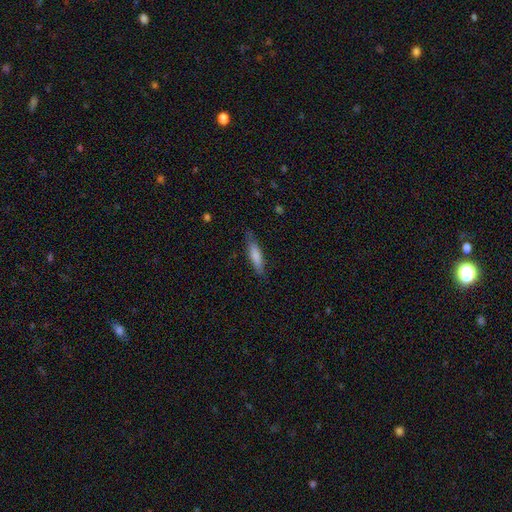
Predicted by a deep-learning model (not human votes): smooth 77%, featured or disk 17%, star or artifact 6%. Down the decision tree: how rounded — cigar-shaped (72%); merging — none (78%).